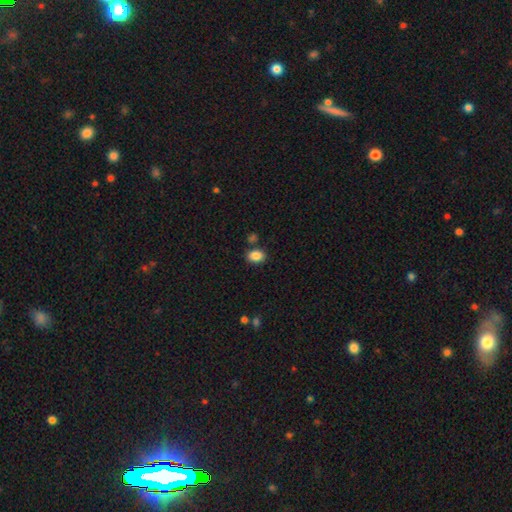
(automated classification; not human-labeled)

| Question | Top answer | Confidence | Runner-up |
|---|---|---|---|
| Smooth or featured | smooth | 87% | star or artifact (9%) |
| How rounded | in between | 73% | round (26%) |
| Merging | none | 79% | minor disturbance (11%) |